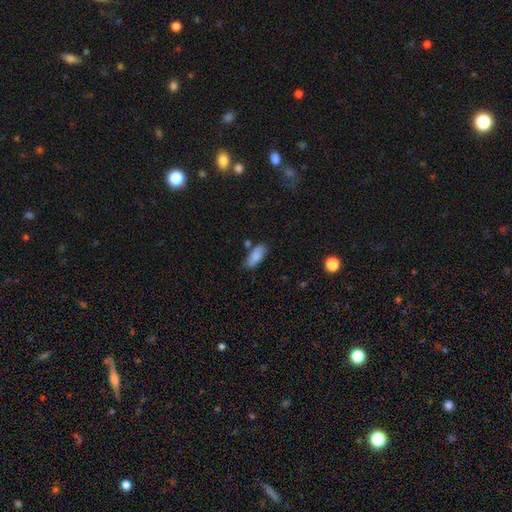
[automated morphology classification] smooth_or_featured: smooth (p=0.86) [alt: star or artifact p=0.07]
how_rounded: in between (p=0.82) [alt: cigar-shaped p=0.16]
merging: none (p=0.72) [alt: minor disturbance p=0.17]